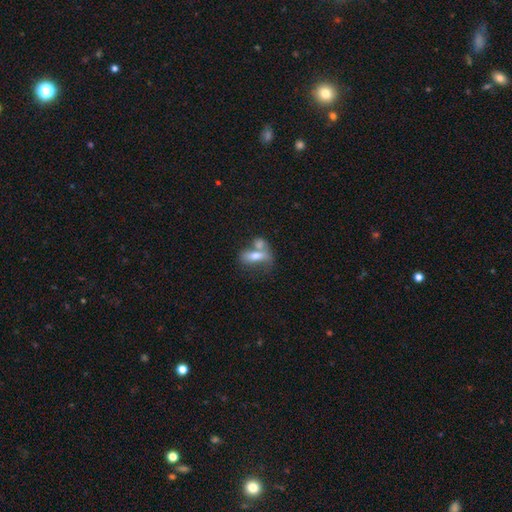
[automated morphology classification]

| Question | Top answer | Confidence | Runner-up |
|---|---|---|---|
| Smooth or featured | smooth | 62% | featured or disk (29%) |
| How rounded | in between | 71% | cigar-shaped (18%) |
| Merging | merger | 51% | none (26%) |